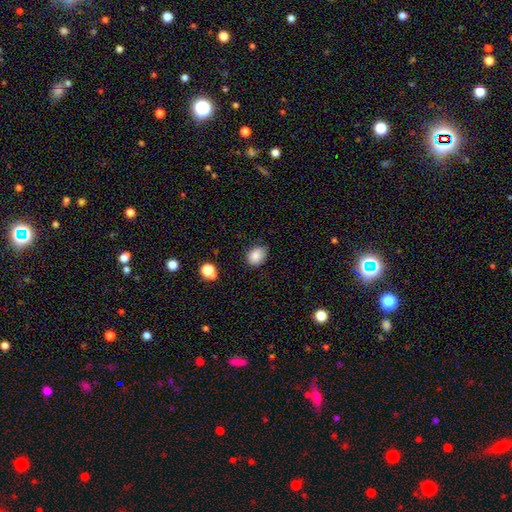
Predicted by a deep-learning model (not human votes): A smooth galaxy with no disk features (85%) that is in between round and cigar-shaped (61%).

Vote fractions:
- Smooth or featured? smooth: 85% / star or artifact: 10% / featured or disk: 6%
- How rounded? in between: 61% / round: 38% / cigar-shaped: 1%
- Merging? none: 70% / minor disturbance: 24% / major disturbance: 4% / merger: 2%